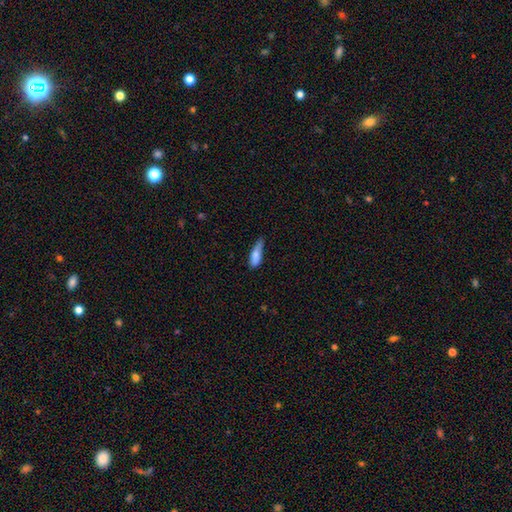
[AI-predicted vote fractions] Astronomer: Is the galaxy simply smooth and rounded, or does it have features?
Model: smooth — 80%.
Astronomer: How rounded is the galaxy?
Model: in between — 49%, tied with cigar-shaped at 49%.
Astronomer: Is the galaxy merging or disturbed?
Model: minor disturbance — 46% (runner-up: none, 39%).